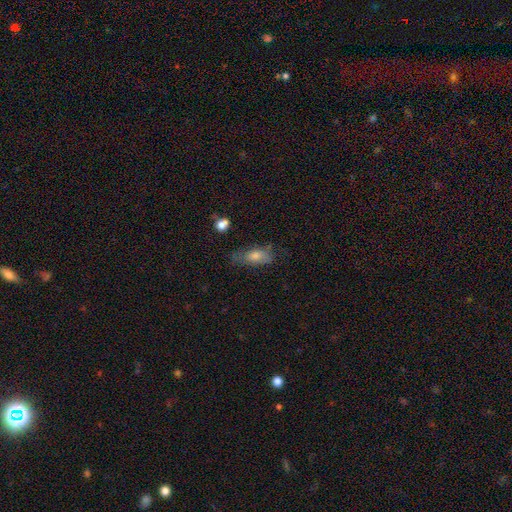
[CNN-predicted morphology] A smooth galaxy with no disk features (62%) that is in between round and cigar-shaped (69%). Merging: none (62%).